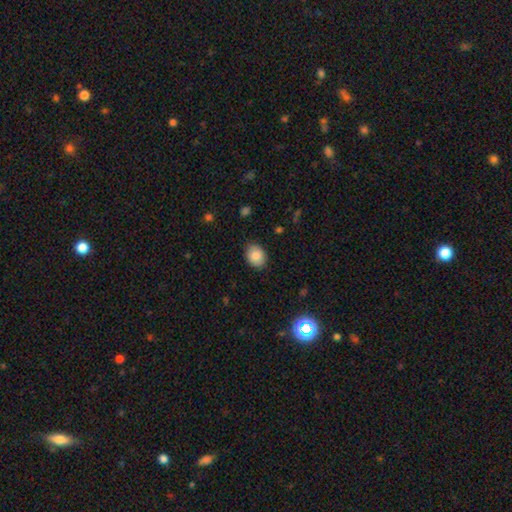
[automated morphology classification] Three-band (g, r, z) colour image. It shows a smooth galaxy with no disk features (83%) that is in between round and cigar-shaped (57%). Merging: none (84%).